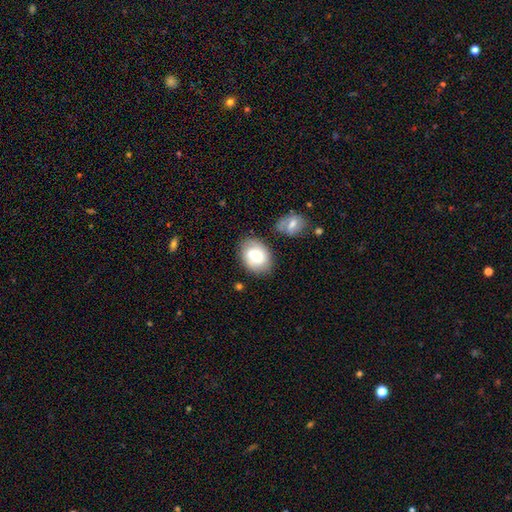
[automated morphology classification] Smooth or featured?
  - smooth: 61% *
  - featured or disk: 31%
  - star or artifact: 8%
How rounded?
  - in between: 65% *
  - round: 34%
  - cigar-shaped: 1%
Merging?
  - none: 72% *
  - minor disturbance: 16%
  - merger: 8%
  - major disturbance: 4%